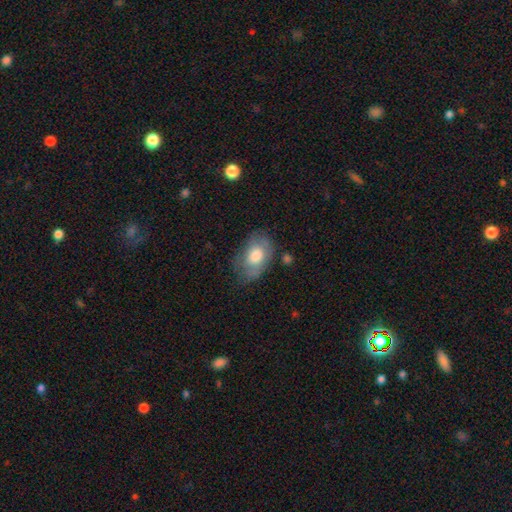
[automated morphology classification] Smooth or featured?
  - smooth: 68% *
  - featured or disk: 25%
  - star or artifact: 7%
How rounded?
  - in between: 89% *
  - round: 10%
  - cigar-shaped: 1%
Merging?
  - none: 61% *
  - minor disturbance: 26%
  - major disturbance: 10%
  - merger: 3%